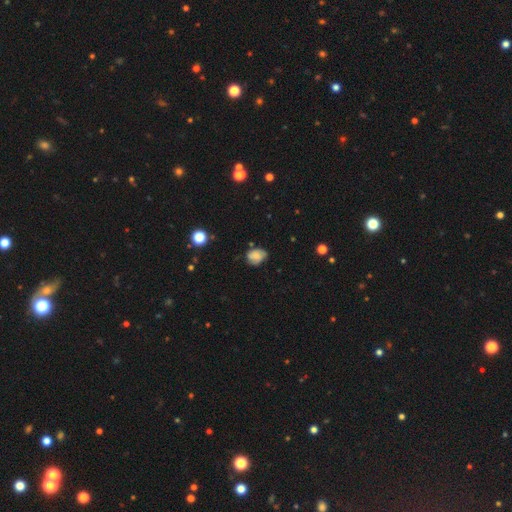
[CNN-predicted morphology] Overall: smooth (58%; featured or disk 32%). How rounded: in between (58%; round 40%). Merging: none (64%; minor disturbance 28%).